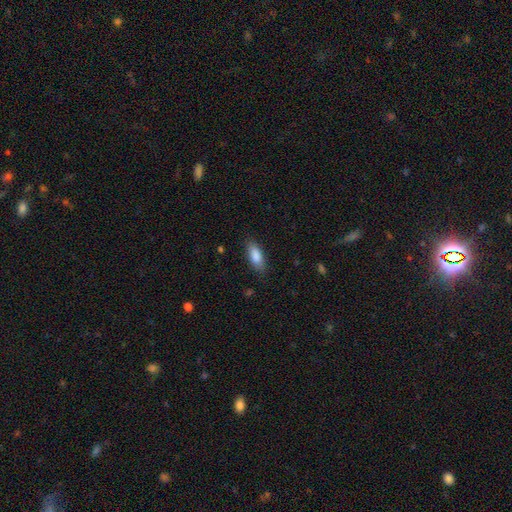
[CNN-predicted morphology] Smooth or featured? smooth (87%)
How rounded? in between (77%)
Merging? none (84%)